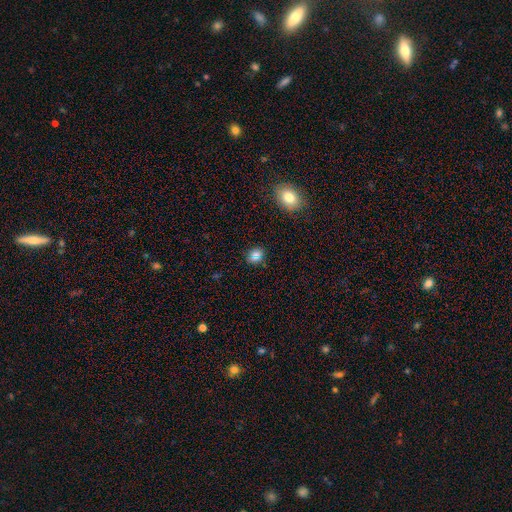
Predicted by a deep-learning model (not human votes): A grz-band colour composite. It shows a smooth galaxy with no disk features (66%) that is round (68%). Merging: none (82%).